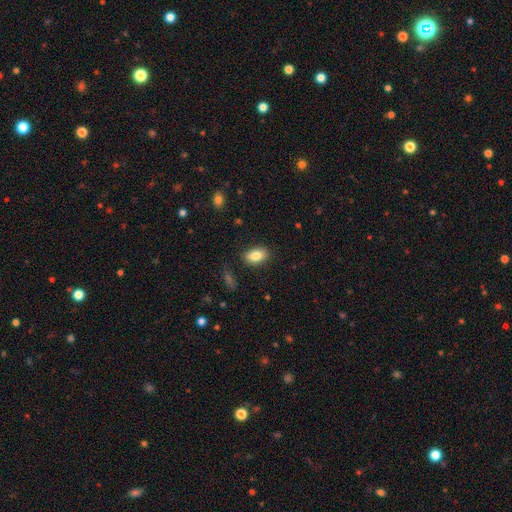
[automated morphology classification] Smooth or featured? smooth (84%)
How rounded? in between (89%)
Merging? none (85%)